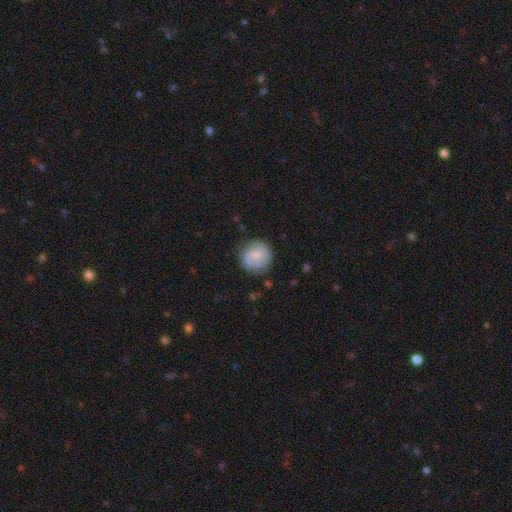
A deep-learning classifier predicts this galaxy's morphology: Smooth or featured? featured or disk (52%)
Edge-on disk? no (98%)
Bar? no (50%)
Spiral arms? yes (81%)
Bulge size? small (50%)
Merging? none (75%)